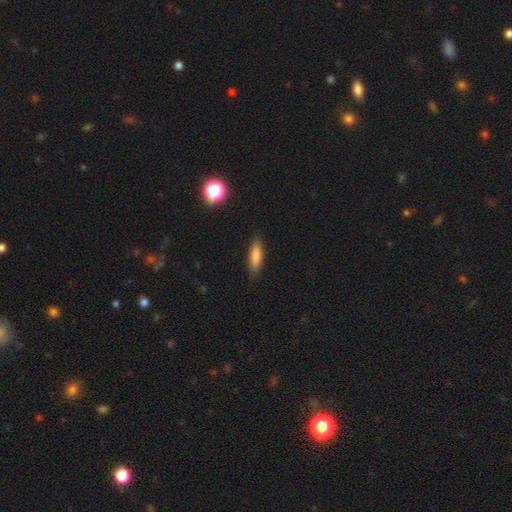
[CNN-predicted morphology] Smooth or featured?
  - smooth: 82% *
  - featured or disk: 10%
  - star or artifact: 7%
How rounded?
  - cigar-shaped: 57% *
  - in between: 41%
  - round: 2%
Merging?
  - none: 88% *
  - minor disturbance: 9%
  - major disturbance: 2%
  - merger: 1%